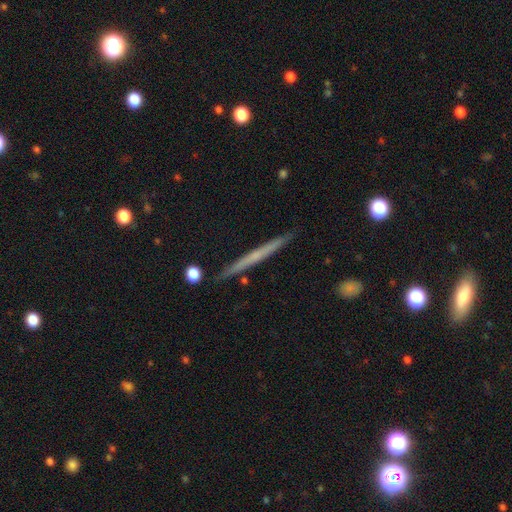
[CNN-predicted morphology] The model was most divided on "smooth or featured": featured or disk: 55%, smooth: 39%, star or artifact: 6%. More confident: edge-on disk — yes (98%); merging — none (91%); edge-on bulge — none (85%).